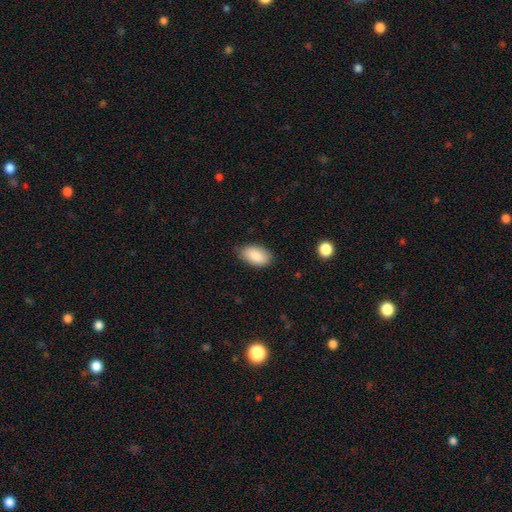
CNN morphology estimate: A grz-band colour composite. It shows a smooth galaxy with no disk features (86%) that is in between round and cigar-shaped (93%). Merging: none (81%).